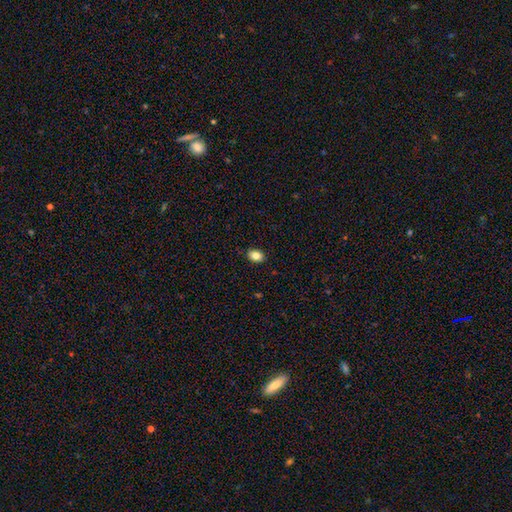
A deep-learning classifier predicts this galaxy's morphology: smooth_or_featured: smooth (p=0.84) [alt: star or artifact p=0.09]
how_rounded: in between (p=0.79) [alt: round p=0.20]
merging: none (p=0.89) [alt: minor disturbance p=0.09]